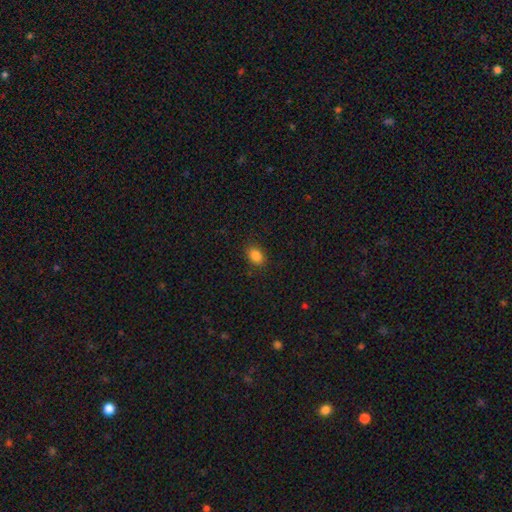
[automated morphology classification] Smooth or featured? Predicted: smooth (p=0.86). How rounded? Predicted: in between (p=0.79). Merging? Predicted: none (p=0.87).